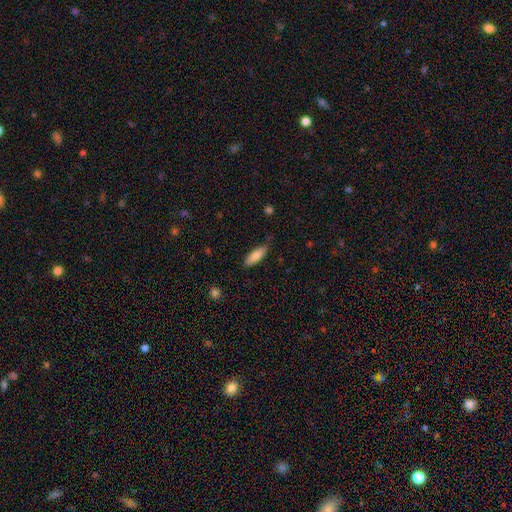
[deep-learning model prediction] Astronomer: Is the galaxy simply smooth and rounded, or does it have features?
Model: smooth — 82%.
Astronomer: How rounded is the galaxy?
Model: in between — 52% (runner-up: cigar-shaped, 47%).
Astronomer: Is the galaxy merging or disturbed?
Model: none — 80%.